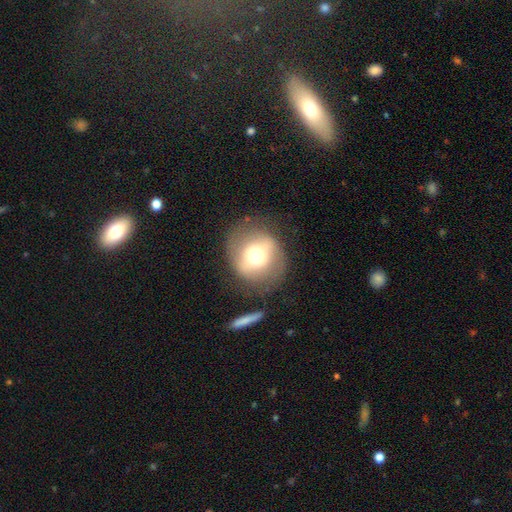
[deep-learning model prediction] Smooth or featured: smooth — 50% (featured or disk — 41%)
How rounded: round — 83% (in between — 16%)
Merging: none — 70% (minor disturbance — 16%)